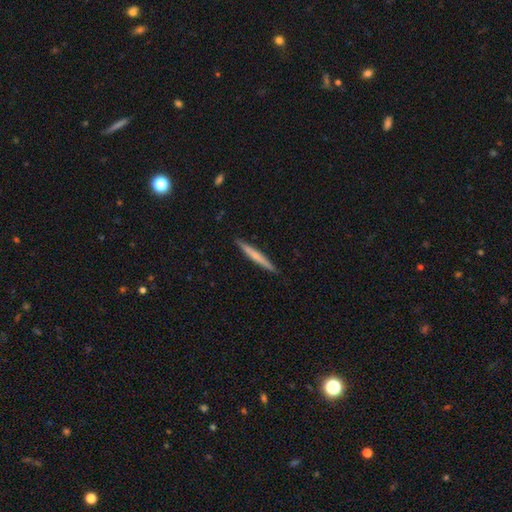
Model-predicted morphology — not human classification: Q: Smooth or featured?
A: smooth (56%); runner-up: featured or disk (39%)
Q: How rounded?
A: cigar-shaped (97%); runner-up: in between (2%)
Q: Merging?
A: none (92%); runner-up: minor disturbance (6%)